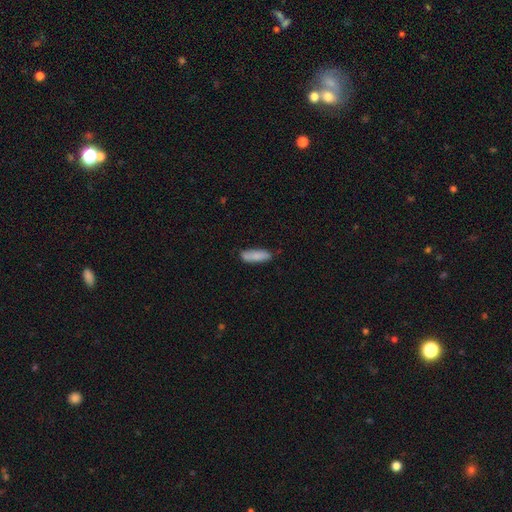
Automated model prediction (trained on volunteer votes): Q: Smooth or featured?
A: smooth (81%); runner-up: featured or disk (13%)
Q: How rounded?
A: in between (52%); runner-up: cigar-shaped (46%)
Q: Merging?
A: none (80%); runner-up: minor disturbance (15%)